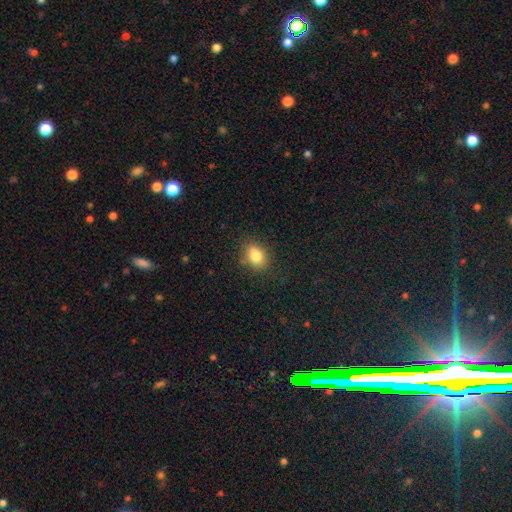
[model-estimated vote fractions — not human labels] smooth_or_featured: smooth (p=0.83) [alt: star or artifact p=0.10]
how_rounded: in between (p=0.70) [alt: round p=0.29]
merging: none (p=0.82) [alt: minor disturbance p=0.13]